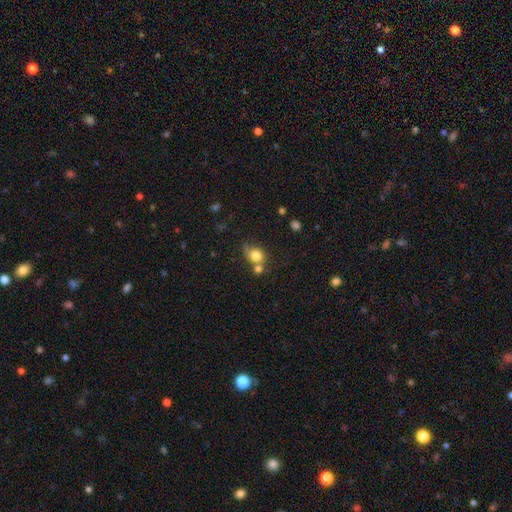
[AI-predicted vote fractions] smooth-or-featured: smooth: 79% | star or artifact: 11% | featured or disk: 10%
  how-rounded: round: 74% | in between: 25% | cigar-shaped: 1%
  merging: none: 46% | merger: 31% | minor disturbance: 16% | major disturbance: 7%